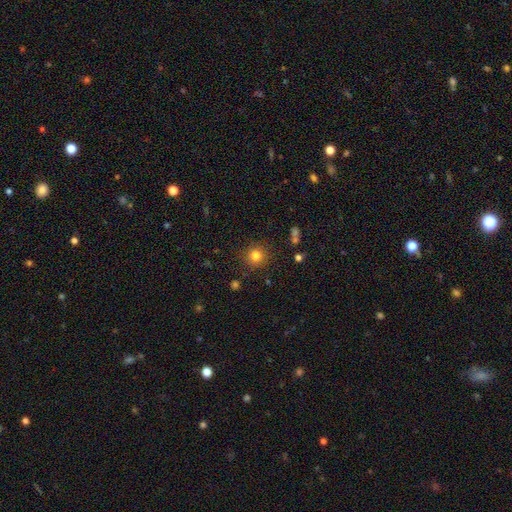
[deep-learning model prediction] Q: Smooth or featured?
A: smooth (80%); runner-up: star or artifact (13%)
Q: How rounded?
A: round (93%); runner-up: in between (6%)
Q: Merging?
A: none (88%); runner-up: minor disturbance (7%)